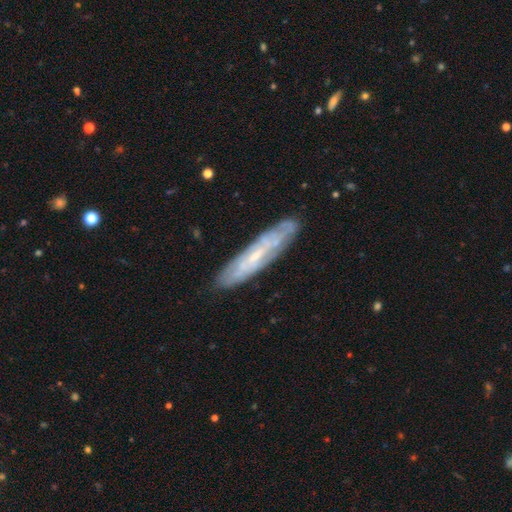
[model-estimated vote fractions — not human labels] Smooth or featured? featured or disk (66%)
Edge-on disk? no (54%)
Merging? none (84%)